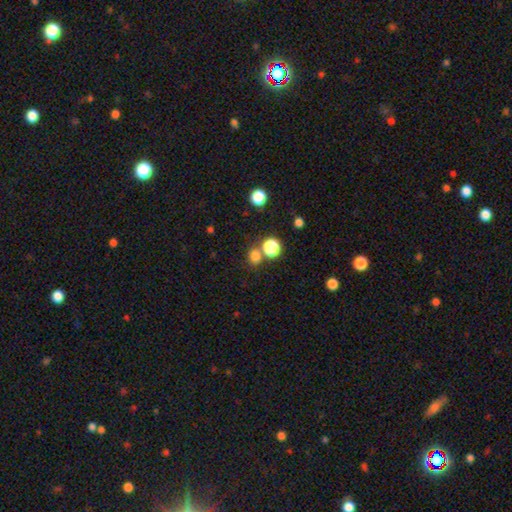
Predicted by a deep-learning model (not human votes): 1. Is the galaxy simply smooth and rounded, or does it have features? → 76% smooth, 19% star or artifact, 5% featured or disk.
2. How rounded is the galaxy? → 77% round, 22% in between, 1% cigar-shaped.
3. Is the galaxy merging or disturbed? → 69% none, 19% merger, 9% minor disturbance, 4% major disturbance.